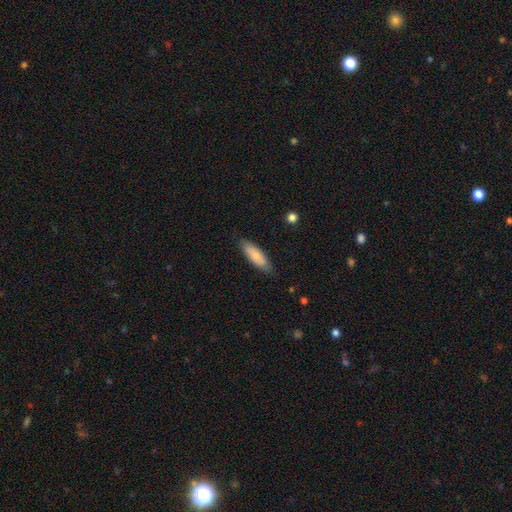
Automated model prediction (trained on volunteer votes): Smooth or featured: smooth — 80% (featured or disk — 15%)
How rounded: in between — 59% (cigar-shaped — 39%)
Merging: none — 83% (minor disturbance — 13%)